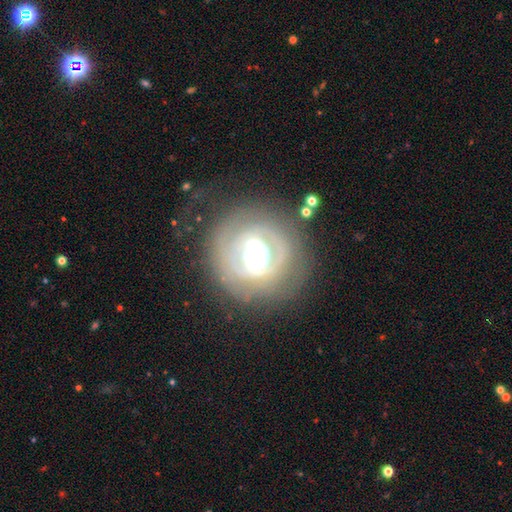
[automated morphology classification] A featured or disk galaxy (78%) with a strong bar (45%), 2 (45%) tight (64%) spiral arms (72%) and a moderate central bulge (52%).

Vote fractions:
- Smooth or featured? featured or disk: 78% / smooth: 15% / star or artifact: 7%
- Edge-on disk? no: 96% / yes: 4%
- Bar? strong: 45% / weak: 35% / no: 19%
- Spiral arms? yes: 72% / no: 28%
- Spiral winding? tight: 64% / medium: 25% / loose: 11%
- Spiral arm count? 2: 45% / can't tell: 32% / 1: 9% / 3: 7% / 4: 3% / more than 4: 3%
- Bulge size? moderate: 52% / large: 33% / small: 9% / dominant: 5% / none: 1%
- Merging? none: 70% / minor disturbance: 16% / major disturbance: 12% / merger: 2%